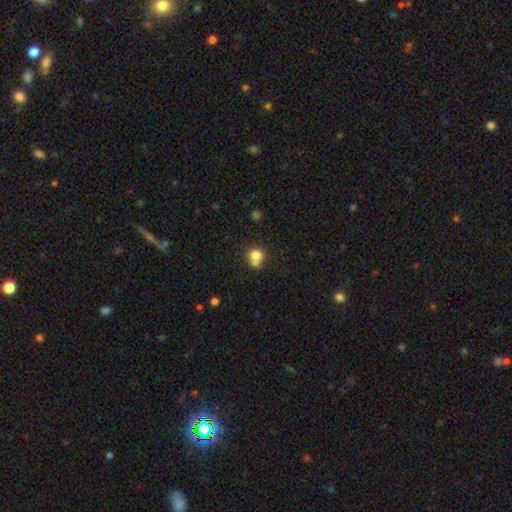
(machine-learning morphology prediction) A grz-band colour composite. It shows a smooth galaxy with no disk features (76%) that is round (80%). Merging: merger (48%).